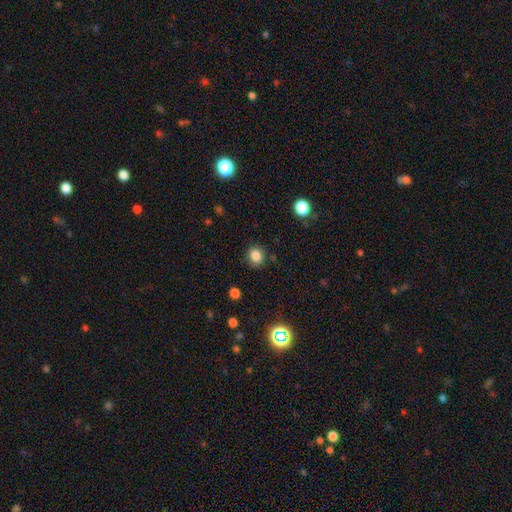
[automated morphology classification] Smooth or featured? Predicted: smooth (p=0.84). How rounded? Predicted: round (p=0.67). Merging? Predicted: none (p=0.87).